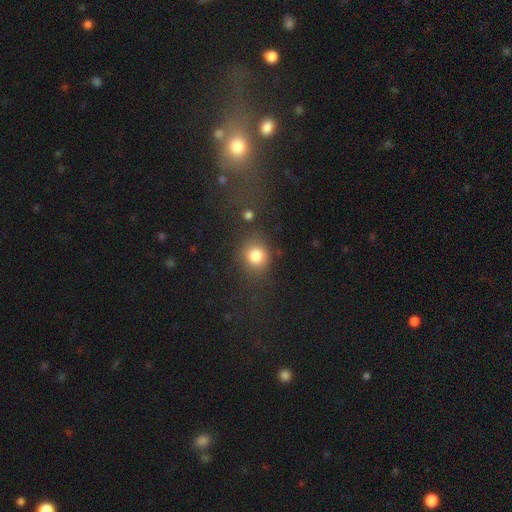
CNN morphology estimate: This is clearly a smooth galaxy (82%). How rounded: likely round (80%). Merging: likely none (70%).